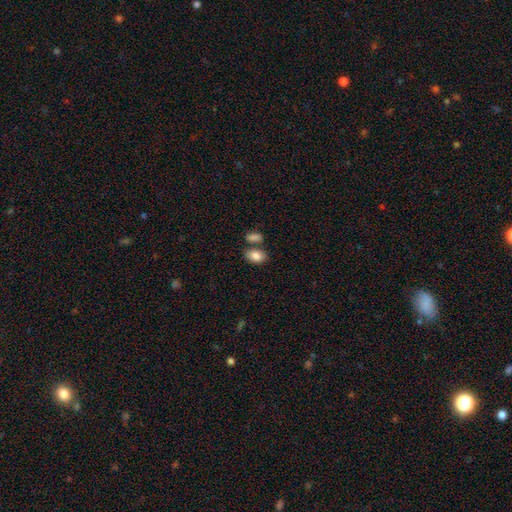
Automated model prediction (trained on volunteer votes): Smooth or featured: smooth — 85% (star or artifact — 8%)
How rounded: in between — 86% (round — 12%)
Merging: none — 58% (merger — 25%)